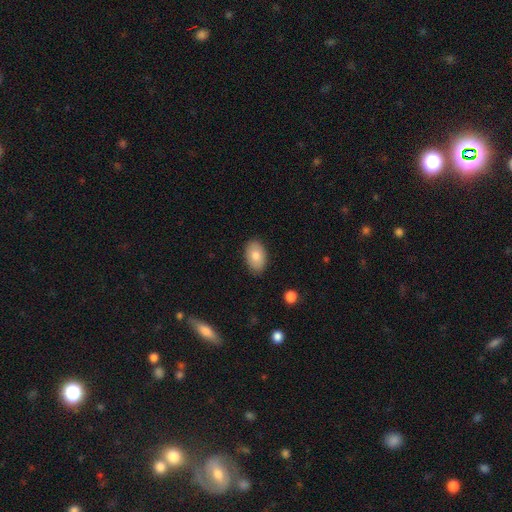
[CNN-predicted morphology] type=smooth (79%); roundness=in between (90%); merging=none (86%).